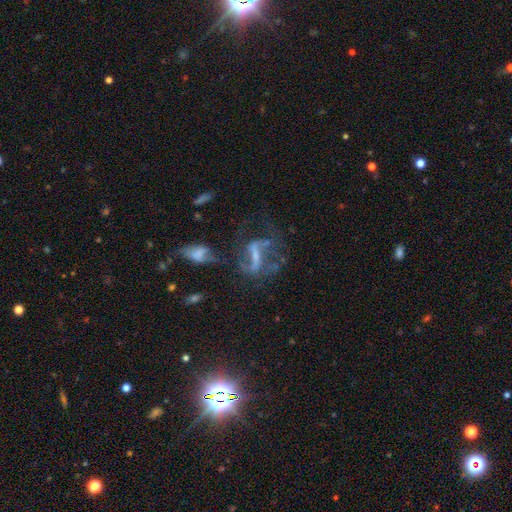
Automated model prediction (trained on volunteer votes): A featured or disk galaxy (72%) with a strong bar (50%), spiral arms (73%) and a small central bulge (39%). Merging: none (35%).